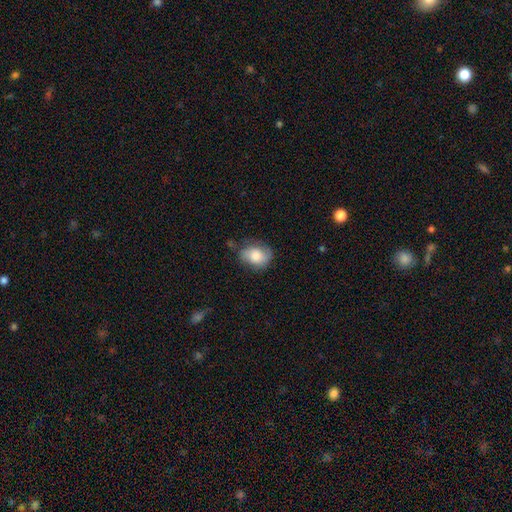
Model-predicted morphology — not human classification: Smooth or featured? Predicted: smooth (p=0.71). How rounded? Predicted: in between (p=0.50). Merging? Predicted: none (p=0.57).